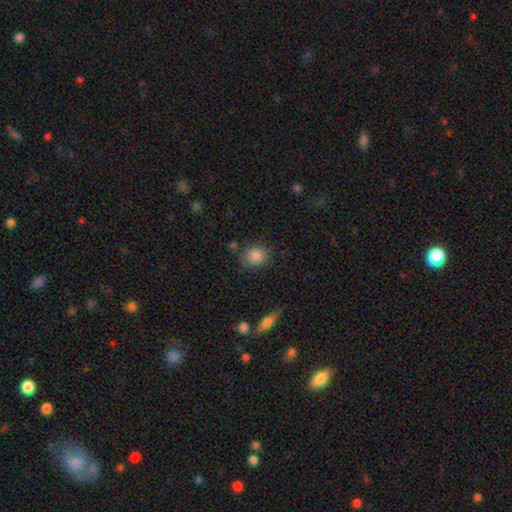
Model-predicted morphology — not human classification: Smooth or featured?
  - smooth: 86% *
  - star or artifact: 9%
  - featured or disk: 6%
How rounded?
  - round: 69% *
  - in between: 30%
  - cigar-shaped: 1%
Merging?
  - none: 78% *
  - minor disturbance: 14%
  - major disturbance: 4%
  - merger: 4%